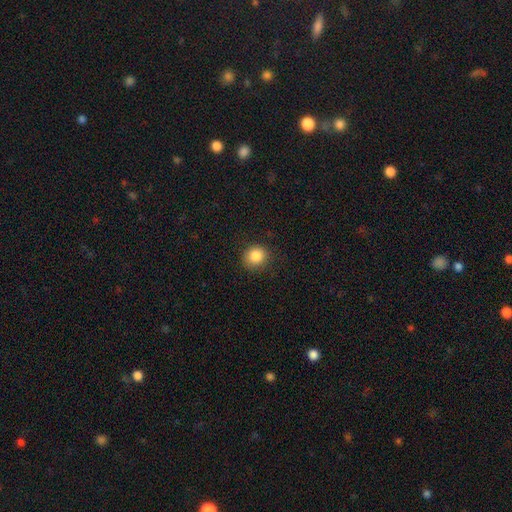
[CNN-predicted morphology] type=smooth (86%); roundness=round (82%); merging=none (86%).